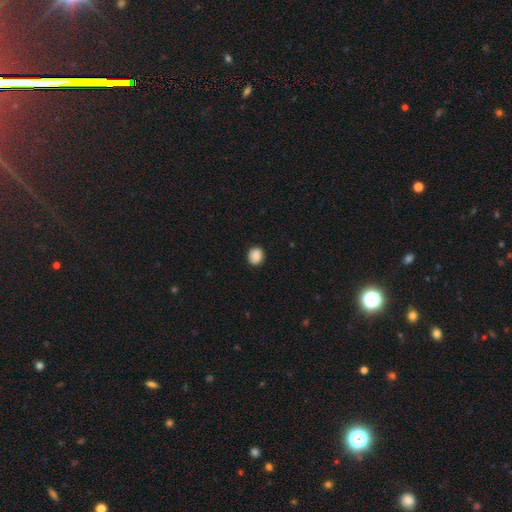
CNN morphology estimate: Smooth or featured?
  - smooth: 86% *
  - star or artifact: 8%
  - featured or disk: 5%
How rounded?
  - round: 74% *
  - in between: 25%
  - cigar-shaped: 1%
Merging?
  - none: 88% *
  - minor disturbance: 9%
  - major disturbance: 2%
  - merger: 1%